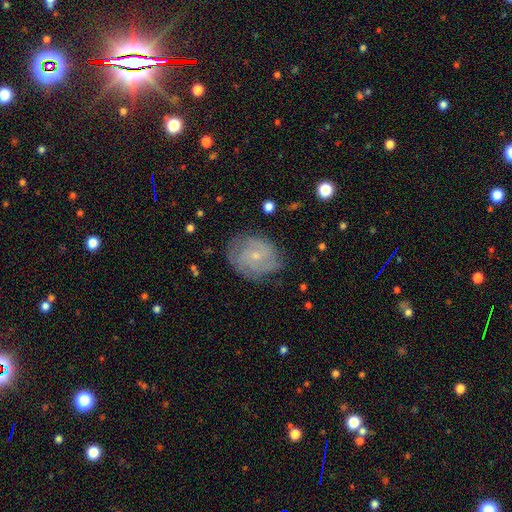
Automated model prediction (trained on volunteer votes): Smooth or featured?
  - featured or disk: 79% *
  - smooth: 15%
  - star or artifact: 7%
Edge-on disk?
  - no: 98% *
  - yes: 2%
Bar?
  - no: 66% *
  - weak: 30%
  - strong: 5%
Spiral arms?
  - yes: 94% *
  - no: 6%
Spiral winding?
  - tight: 60% *
  - medium: 32%
  - loose: 8%
Spiral arm count?
  - 2: 28% * (tied)
  - can't tell: 28% * (tied)
  - 3: 24%
  - 4: 9%
  - 1: 5%
  - more than 4: 5%
Bulge size?
  - small: 75% *
  - moderate: 21%
  - none: 3%
  - large: 1%
  - dominant: 1%
Merging?
  - none: 76% *
  - minor disturbance: 18%
  - major disturbance: 5%
  - merger: 1%